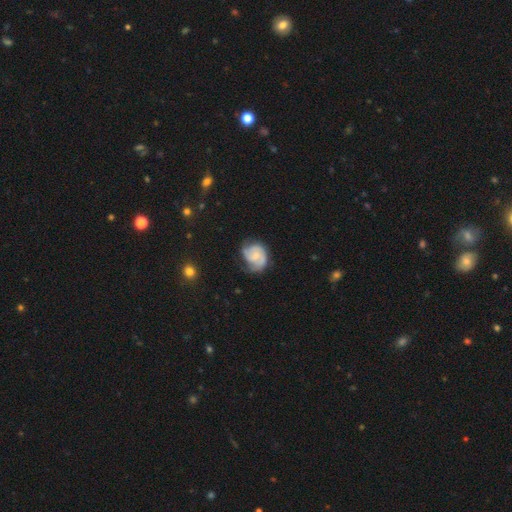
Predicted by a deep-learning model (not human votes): Morphology: type=featured or disk (72%); edge-on=no (98%); bar=no (71%); spiral arms=yes (93%); winding=tight (46%); arm count=2 (42%); bulge=small (58%); merging=none (54%).